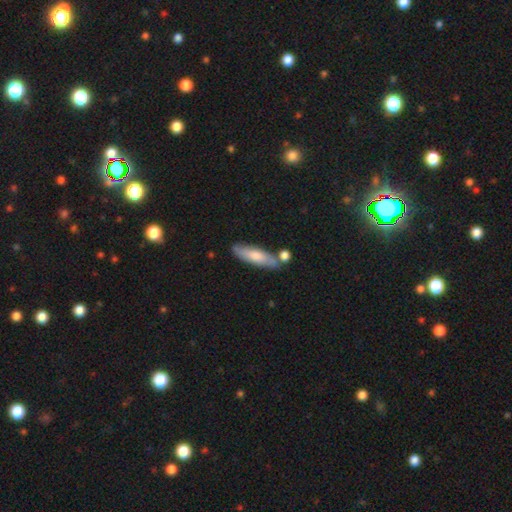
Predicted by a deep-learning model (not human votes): This is likely a smooth galaxy (67%). How rounded: likely cigar-shaped (67%). Merging: likely none (72%).